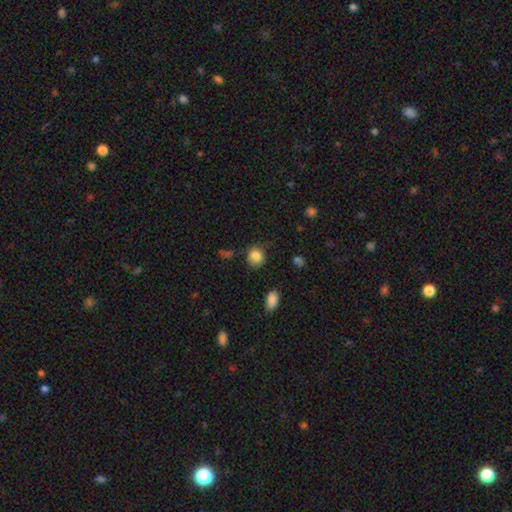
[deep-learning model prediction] Smooth or featured?
  - smooth: 85% *
  - star or artifact: 9%
  - featured or disk: 5%
How rounded?
  - round: 78% *
  - in between: 21%
  - cigar-shaped: 1%
Merging?
  - none: 78% *
  - minor disturbance: 16%
  - major disturbance: 4%
  - merger: 2%